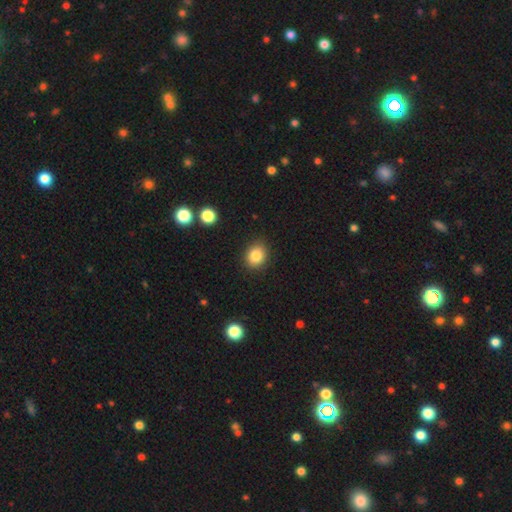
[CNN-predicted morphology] Smooth or featured? Predicted: smooth (p=0.84). How rounded? Predicted: round (p=0.61). Merging? Predicted: none (p=0.88).